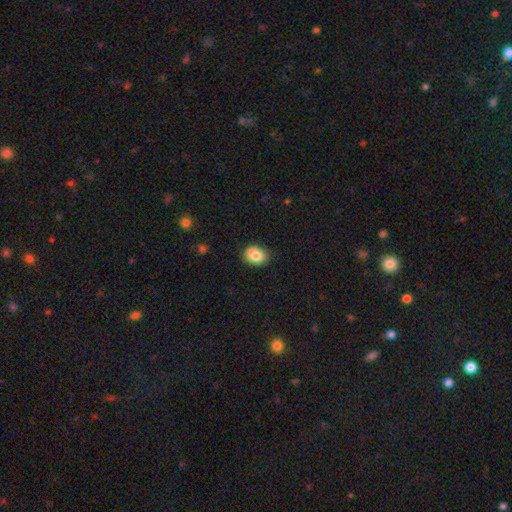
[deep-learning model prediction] The model was most divided on "how rounded": round: 53%, in between: 46%, cigar-shaped: 1%. More confident: smooth or featured — smooth (78%); merging — none (63%).